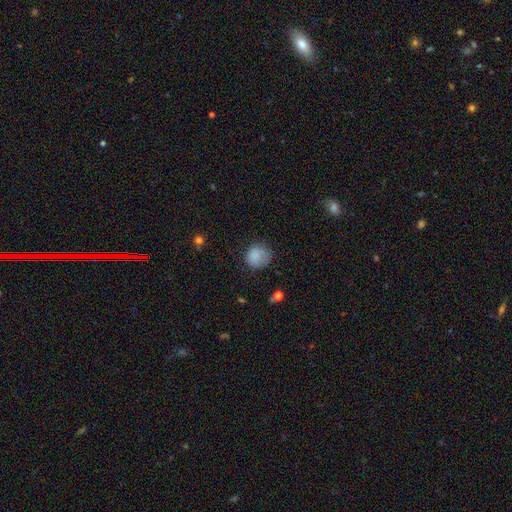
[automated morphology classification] A smooth galaxy with no disk features (82%) that is round (85%).

Vote fractions:
- Smooth or featured? smooth: 82% / star or artifact: 10% / featured or disk: 8%
- How rounded? round: 85% / in between: 14% / cigar-shaped: 1%
- Merging? none: 67% / minor disturbance: 22% / major disturbance: 9% / merger: 2%